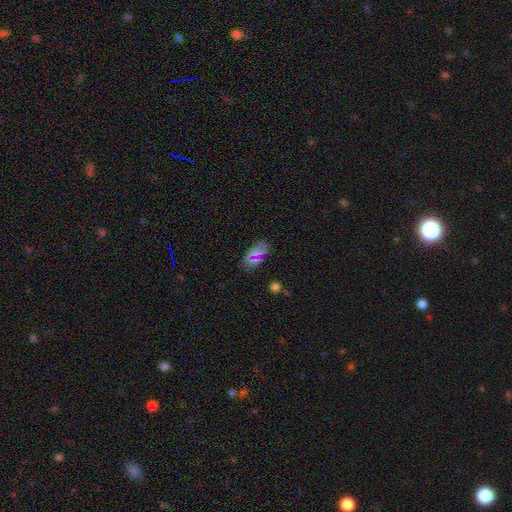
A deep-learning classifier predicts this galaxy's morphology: This is likely a smooth galaxy (61%). How rounded: clearly in between (90%). Merging: clearly none (82%).